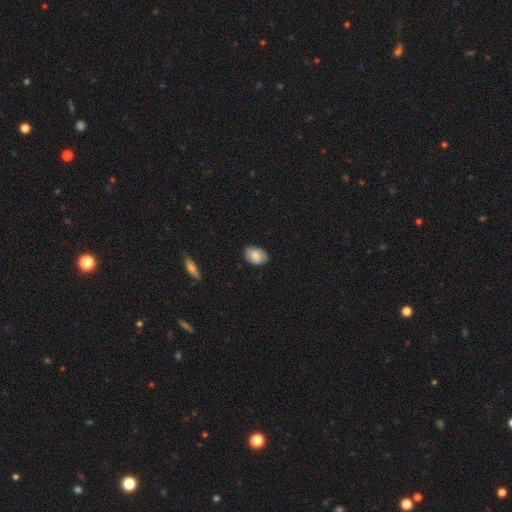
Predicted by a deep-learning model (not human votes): smooth-or-featured: smooth: 74% | featured or disk: 19% | star or artifact: 7%
  how-rounded: in between: 79% | round: 19% | cigar-shaped: 1%
  merging: none: 80% | minor disturbance: 16% | major disturbance: 3% | merger: 1%